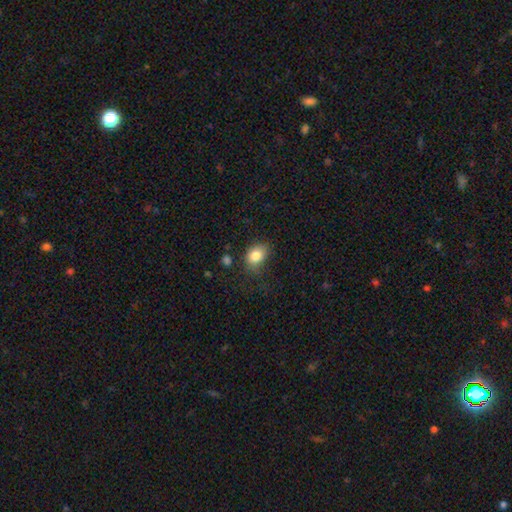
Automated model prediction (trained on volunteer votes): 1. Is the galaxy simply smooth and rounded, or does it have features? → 83% smooth, 9% star or artifact, 8% featured or disk.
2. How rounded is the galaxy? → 71% in between, 28% round, 1% cigar-shaped.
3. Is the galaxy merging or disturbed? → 63% none, 25% minor disturbance, 9% major disturbance, 3% merger.